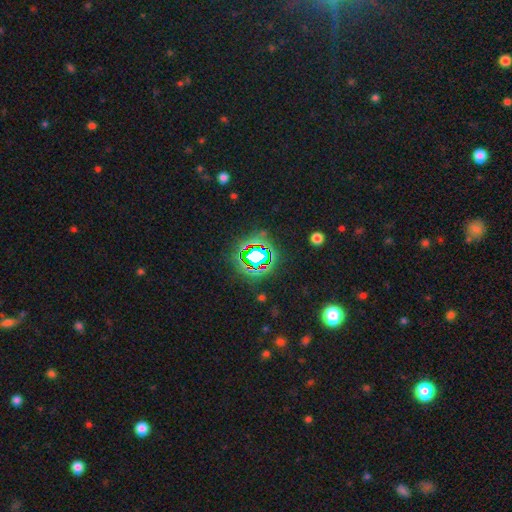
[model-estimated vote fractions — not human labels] Smooth or featured? Predicted: star or artifact (p=0.70).